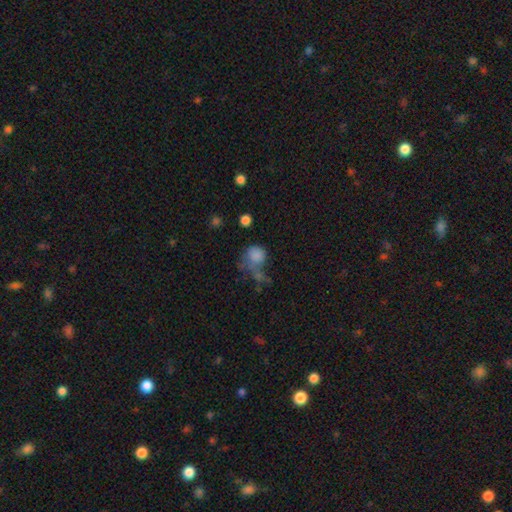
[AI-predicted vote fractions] Smooth or featured: smooth — 75% (featured or disk — 14%)
How rounded: round — 69% (in between — 30%)
Merging: major disturbance — 38% (none — 28%)